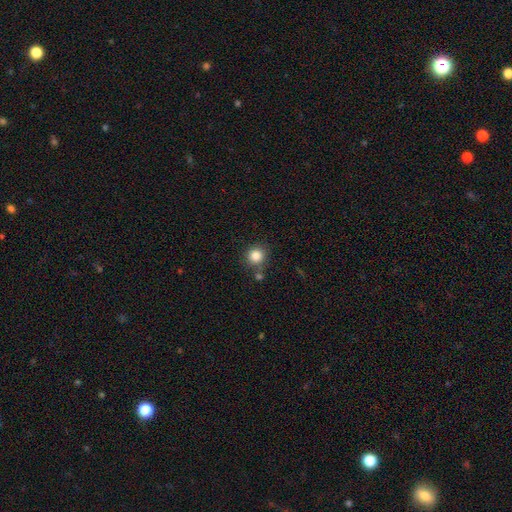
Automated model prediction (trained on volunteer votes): Smooth or featured: smooth — 84% (star or artifact — 11%)
How rounded: round — 89% (in between — 10%)
Merging: none — 76% (minor disturbance — 11%)